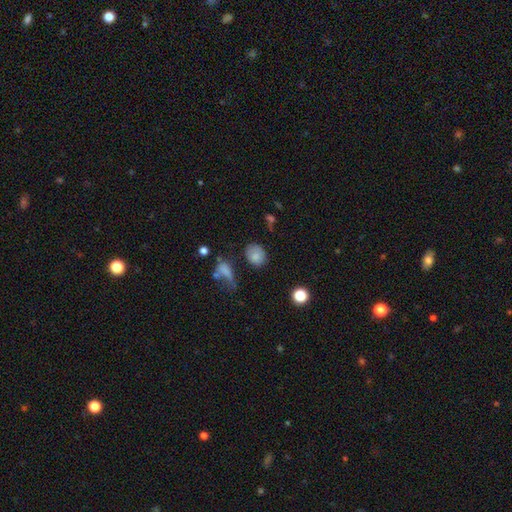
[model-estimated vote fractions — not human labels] This is clearly a smooth galaxy (81%). How rounded: possibly round (51%). Merging: likely none (67%).